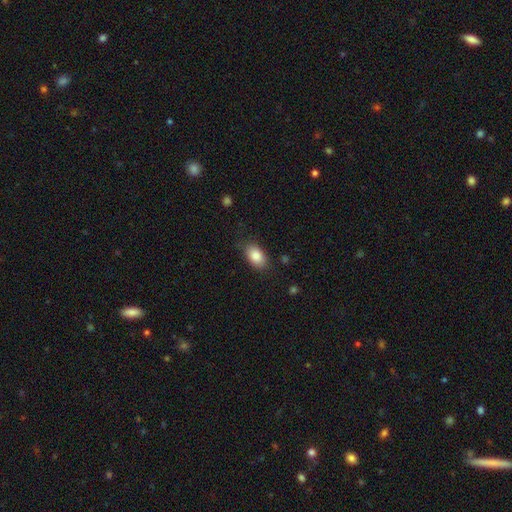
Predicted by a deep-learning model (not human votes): smooth_or_featured: smooth (p=0.85) [alt: star or artifact p=0.08]
how_rounded: in between (p=0.90) [alt: round p=0.08]
merging: none (p=0.82) [alt: minor disturbance p=0.14]